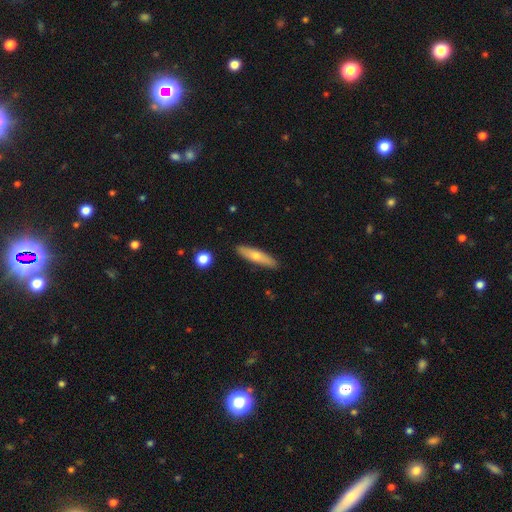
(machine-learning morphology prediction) smooth-or-featured: smooth: 58% | featured or disk: 36% | star or artifact: 6%
  how-rounded: cigar-shaped: 79% | in between: 19% | round: 2%
  merging: none: 89% | minor disturbance: 8% | major disturbance: 2% | merger: 1%